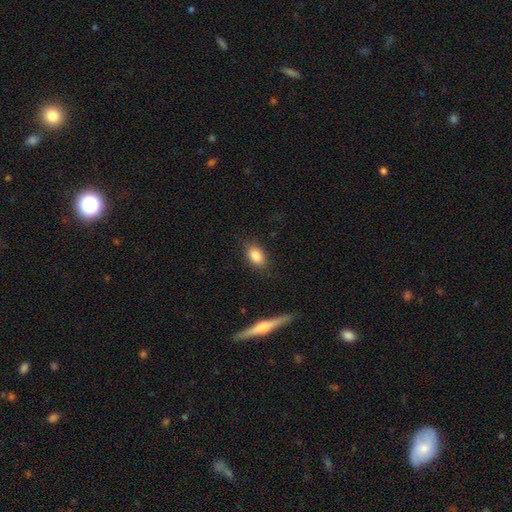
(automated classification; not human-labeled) Overall: smooth (85%). How rounded: in between (84%). Merging: none (83%).